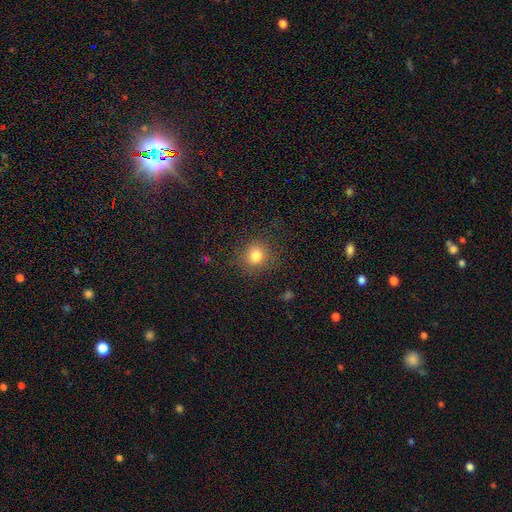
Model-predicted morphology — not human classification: Smooth or featured? smooth (80%)
How rounded? round (87%)
Merging? none (86%)